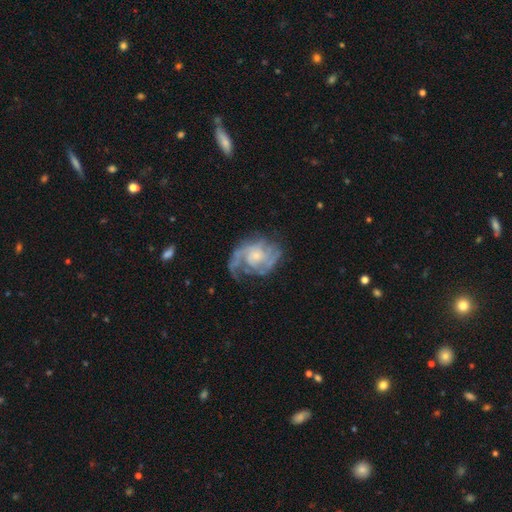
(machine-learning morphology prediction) type=featured or disk (86%); edge-on=no (98%); bar=no (69%); spiral arms=yes (95%); winding=medium (45%); arm count=2 (53%); bulge=small (50%); merging=none (59%).